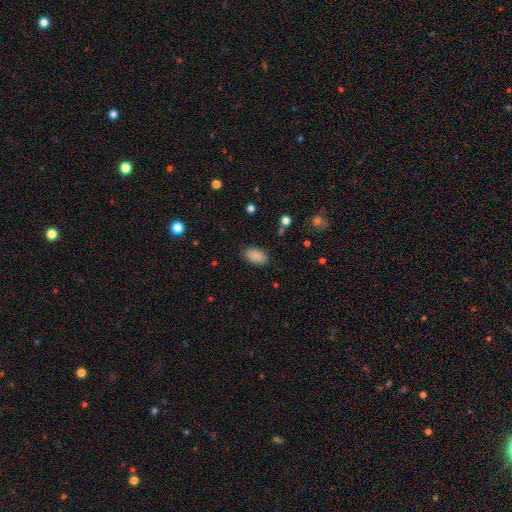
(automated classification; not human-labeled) A smooth galaxy with no disk features (89%) that is in between round and cigar-shaped (94%).

Vote fractions:
- Smooth or featured? smooth: 89% / star or artifact: 8% / featured or disk: 4%
- How rounded? in between: 94% / round: 4% / cigar-shaped: 2%
- Merging? none: 86% / minor disturbance: 10% / major disturbance: 3% / merger: 1%